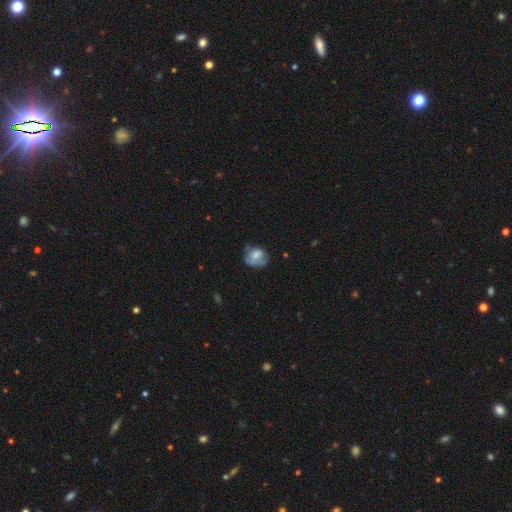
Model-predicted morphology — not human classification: smooth_or_featured: smooth (p=0.56) [alt: featured or disk p=0.34]
how_rounded: round (p=0.53) [alt: in between p=0.46]
merging: none (p=0.44) [alt: minor disturbance p=0.31]